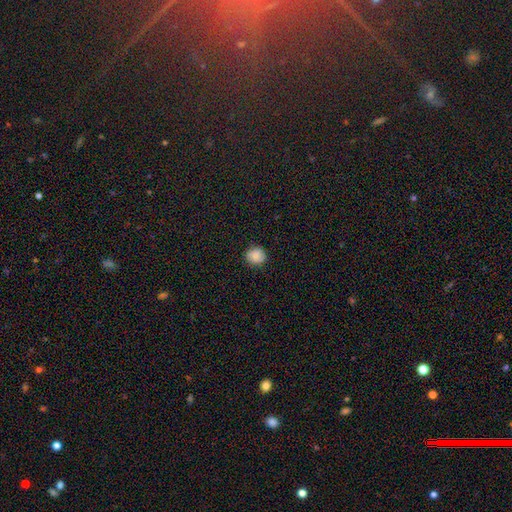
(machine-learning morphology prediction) A smooth galaxy with no disk features (81%) that is round (82%). Merging: none (85%).